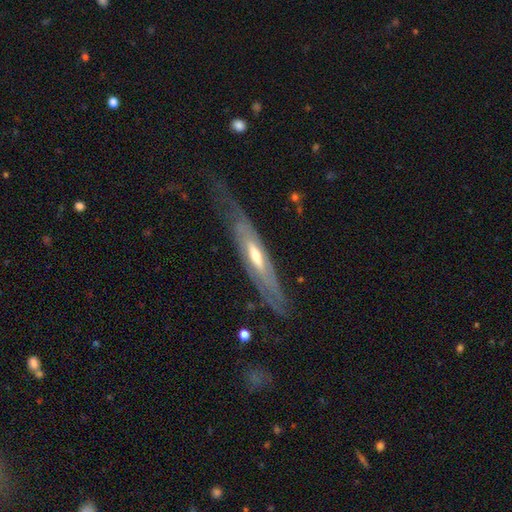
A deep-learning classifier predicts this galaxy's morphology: This appears to be a featured or disk galaxy (76%) viewed edge-on (54%). Merging: none (68%).